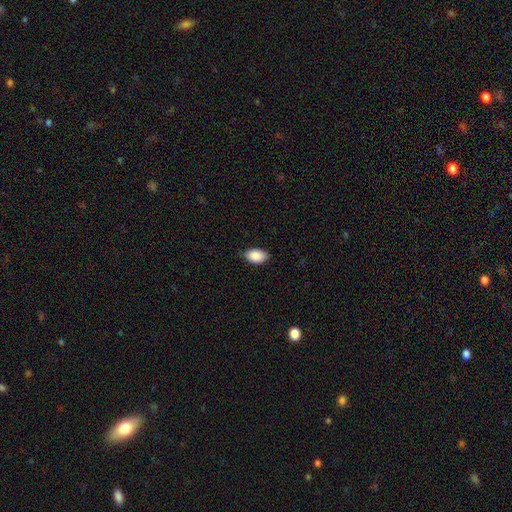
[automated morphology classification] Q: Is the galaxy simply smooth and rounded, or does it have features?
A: smooth — 89%.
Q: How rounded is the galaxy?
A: in between — 93%.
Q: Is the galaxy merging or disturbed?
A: none — 80%.